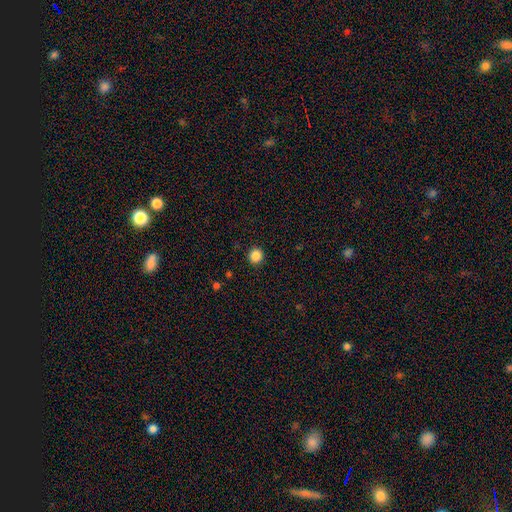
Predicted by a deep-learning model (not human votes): Smooth or featured? smooth (86%)
How rounded? round (92%)
Merging? none (92%)